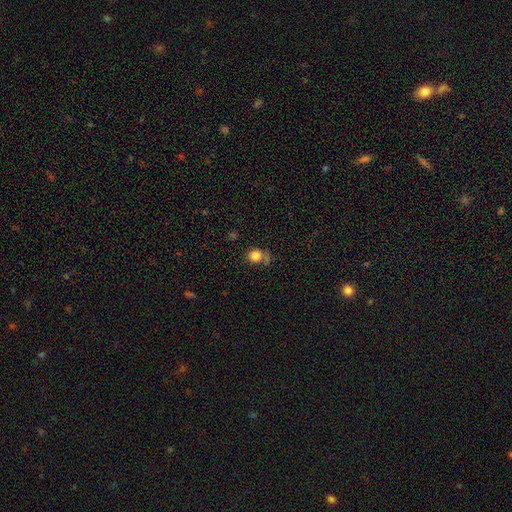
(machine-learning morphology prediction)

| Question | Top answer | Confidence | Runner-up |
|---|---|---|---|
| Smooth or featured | smooth | 81% | star or artifact (11%) |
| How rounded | round | 74% | in between (25%) |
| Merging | none | 53% | minor disturbance (22%) |